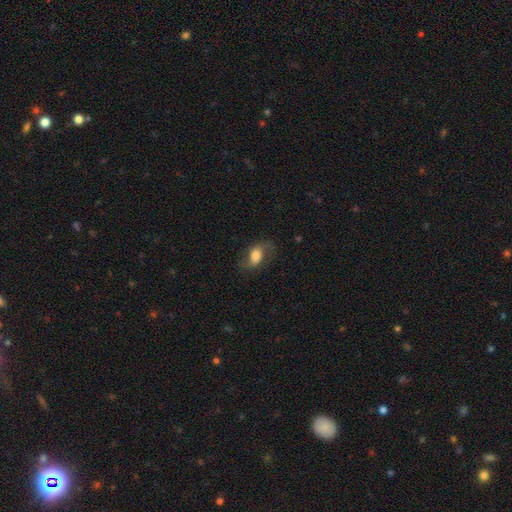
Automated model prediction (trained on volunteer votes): Smooth or featured?
  - smooth: 54% *
  - featured or disk: 38%
  - star or artifact: 8%
How rounded?
  - in between: 83% *
  - round: 15%
  - cigar-shaped: 3%
Merging?
  - none: 66% *
  - minor disturbance: 19%
  - major disturbance: 13%
  - merger: 1%